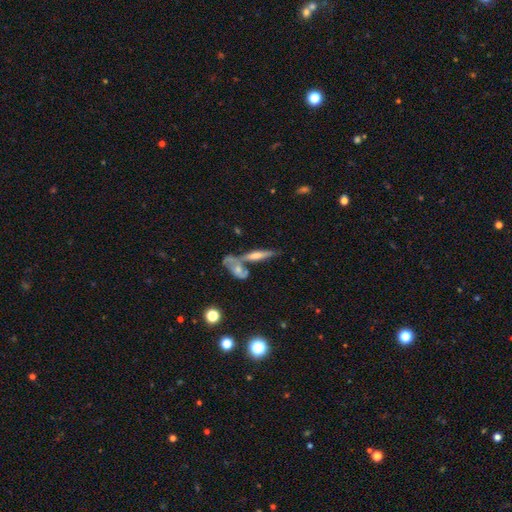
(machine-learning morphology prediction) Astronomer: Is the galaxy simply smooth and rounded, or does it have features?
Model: featured or disk — 59%.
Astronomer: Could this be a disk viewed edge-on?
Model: yes — 86%.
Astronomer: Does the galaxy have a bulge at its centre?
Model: rounded — 77%.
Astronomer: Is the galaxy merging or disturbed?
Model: none — 50% (runner-up: merger, 35%).